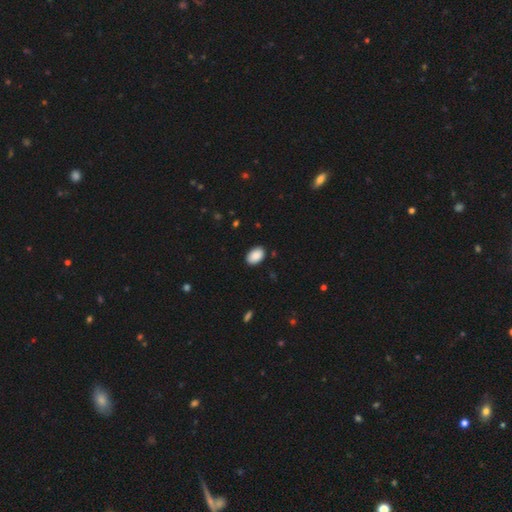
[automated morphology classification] The model was most divided on "how rounded": in between: 89%, round: 10%, cigar-shaped: 1%. More confident: smooth or featured — smooth (90%); merging — none (88%).